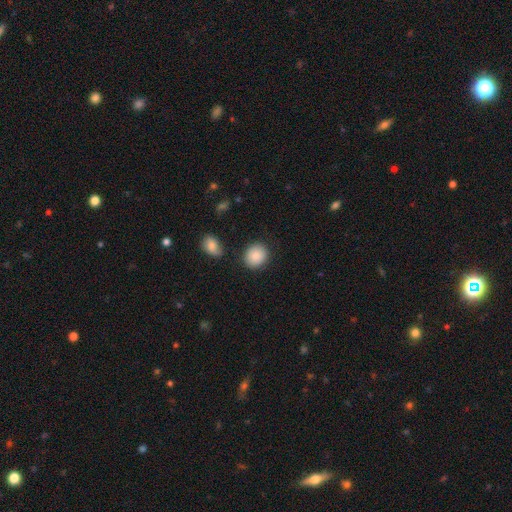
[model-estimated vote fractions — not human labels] This appears to be a smooth galaxy with no disk features (86%) that is round (72%). Merging: none (84%).